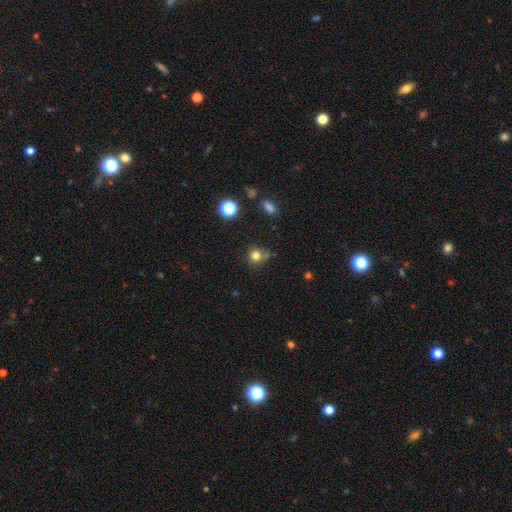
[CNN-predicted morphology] The model was most divided on "merging": none: 69%, minor disturbance: 19%, merger: 6%, major disturbance: 6%. More confident: how rounded — round (89%); smooth or featured — smooth (78%).